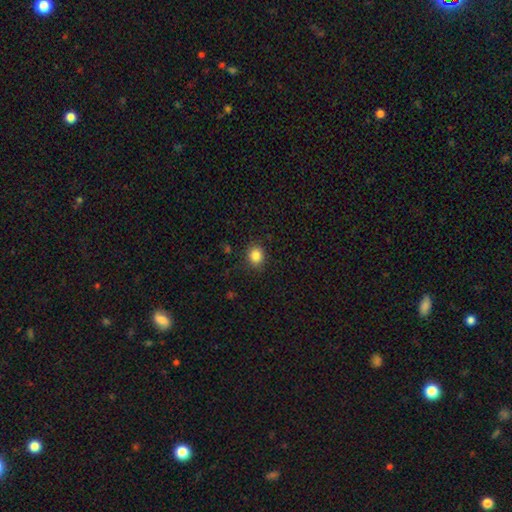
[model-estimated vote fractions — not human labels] Overall: smooth (85%). How rounded: round (70%). Merging: none (88%).